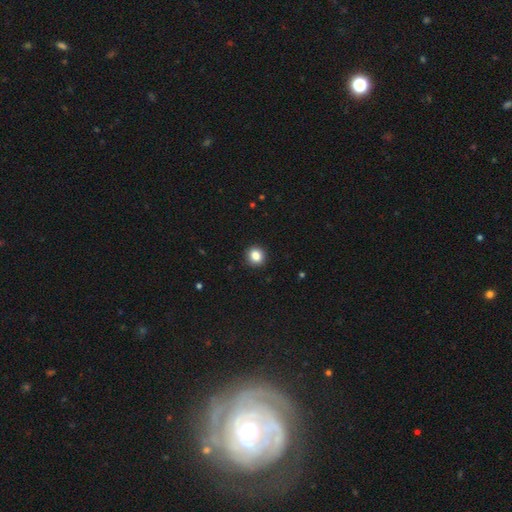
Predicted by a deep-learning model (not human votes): Smooth or featured? Predicted: smooth (p=0.85). How rounded? Predicted: round (p=0.83). Merging? Predicted: none (p=0.92).